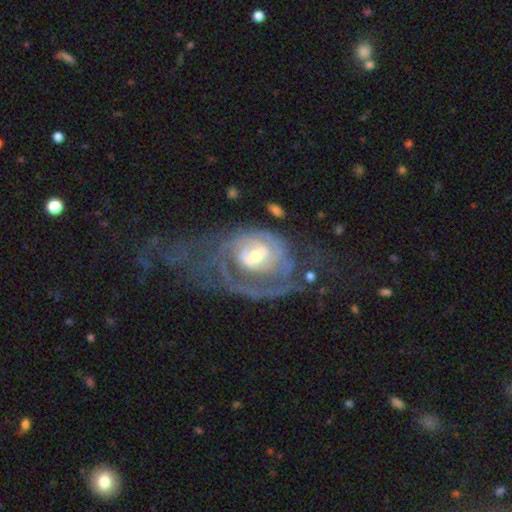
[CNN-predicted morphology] Smooth or featured? Predicted: featured or disk (p=0.85). Edge-on disk? Predicted: no (p=0.97). Bar? Predicted: weak (p=0.52). Spiral arms? Predicted: yes (p=0.91). Spiral winding? Predicted: tight (p=0.51). Spiral arm count? Predicted: 2 (p=0.33). Bulge size? Predicted: moderate (p=0.59). Merging? Predicted: major disturbance (p=0.45).